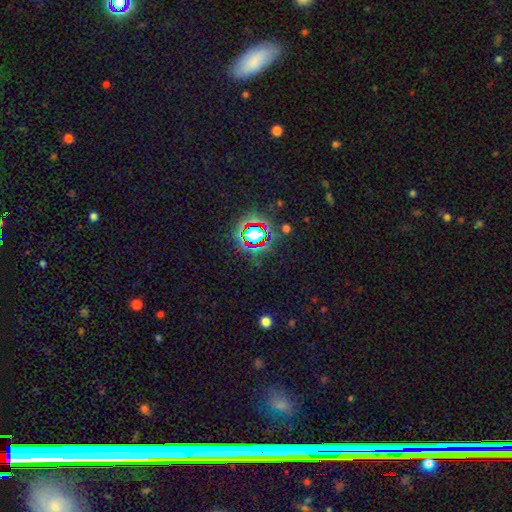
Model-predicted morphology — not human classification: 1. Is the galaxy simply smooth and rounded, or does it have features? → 77% star or artifact, 14% smooth, 9% featured or disk.